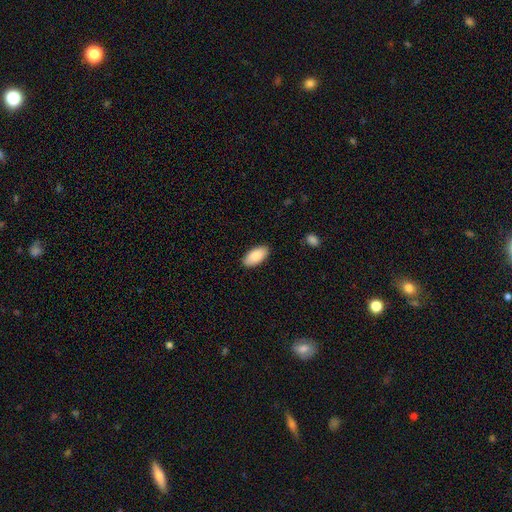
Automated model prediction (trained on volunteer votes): This appears to be a smooth galaxy with no disk features (86%) that is in between round and cigar-shaped (93%). Merging: none (88%).